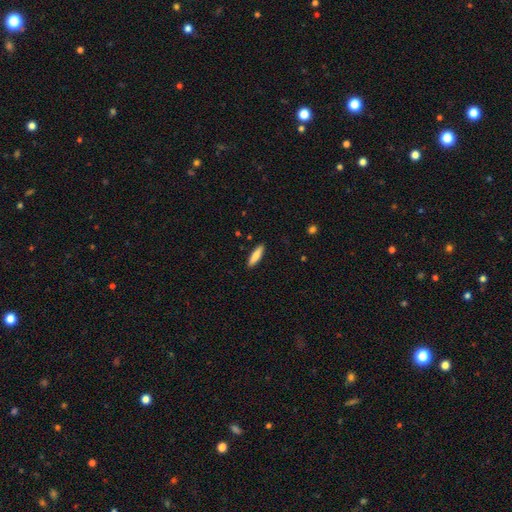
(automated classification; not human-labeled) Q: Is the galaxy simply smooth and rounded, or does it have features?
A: smooth — 78%.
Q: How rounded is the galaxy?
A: cigar-shaped — 70%.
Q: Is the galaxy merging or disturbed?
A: none — 90%.